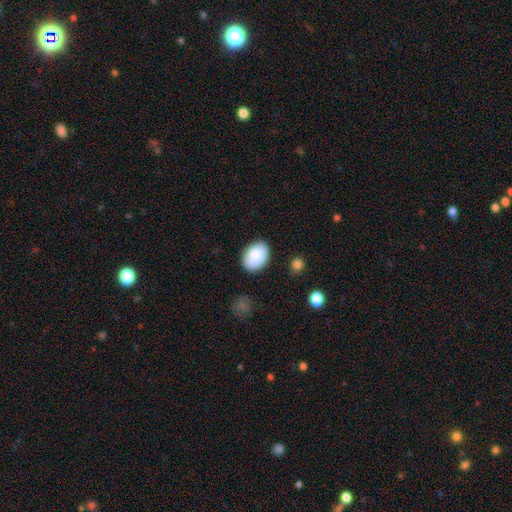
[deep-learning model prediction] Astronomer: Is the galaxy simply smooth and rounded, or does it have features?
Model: smooth — 88%.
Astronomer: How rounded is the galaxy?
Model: in between — 79%.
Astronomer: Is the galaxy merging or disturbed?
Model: none — 84%.